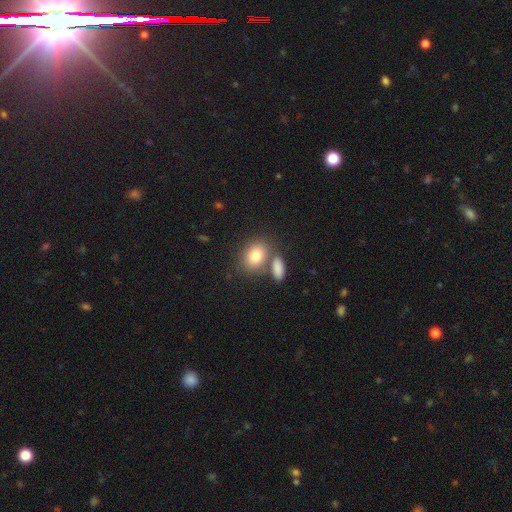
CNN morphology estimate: smooth_or_featured: smooth (p=0.80) [alt: featured or disk p=0.11]
how_rounded: in between (p=0.67) [alt: round p=0.31]
merging: none (p=0.57) [alt: merger p=0.28]